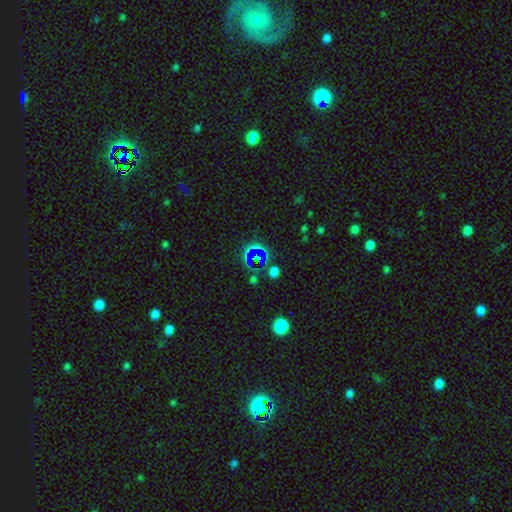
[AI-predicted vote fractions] Q: Smooth or featured?
A: star or artifact (60%); runner-up: smooth (27%)